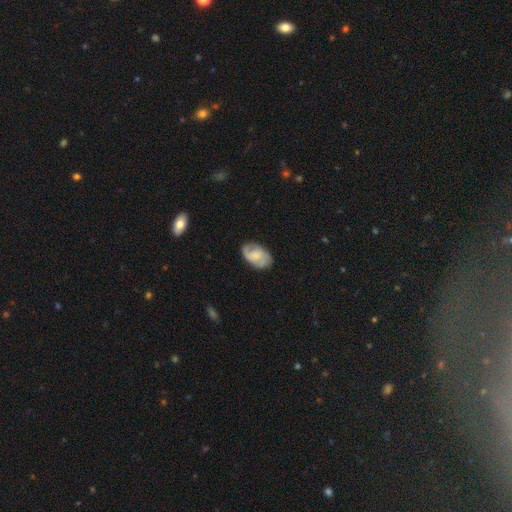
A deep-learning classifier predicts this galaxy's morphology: The model was most divided on "smooth or featured": featured or disk: 52%, smooth: 41%, star or artifact: 7%. Remaining: edge-on disk — no (96%); spiral arms — yes (83%); merging — none (71%); bar — no (59%); bulge size — small (40%).